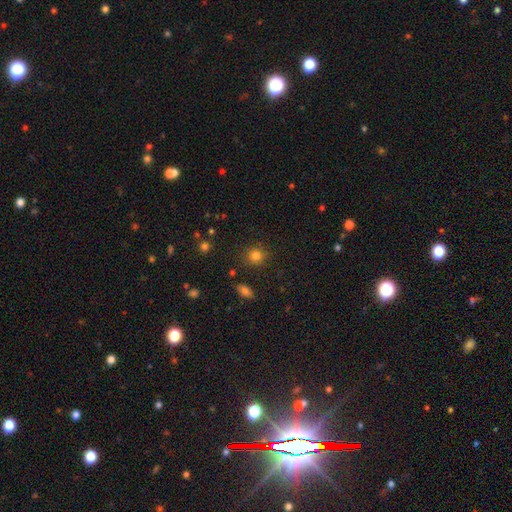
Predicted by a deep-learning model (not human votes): Morphology: type=smooth (81%); roundness=round (86%); merging=none (86%).